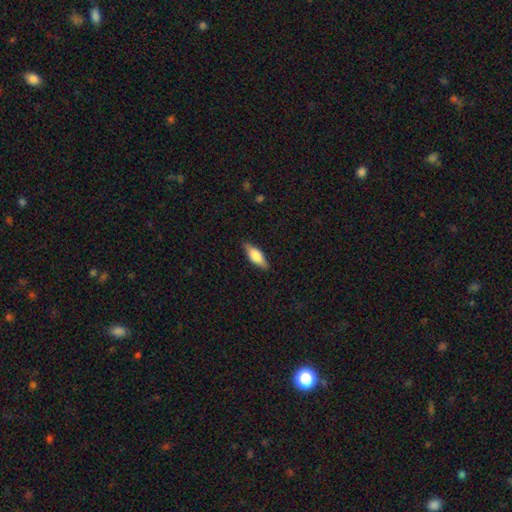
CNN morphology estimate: Smooth or featured: smooth — 62% (featured or disk — 32%)
How rounded: in between — 64% (cigar-shaped — 33%)
Merging: none — 85% (minor disturbance — 12%)